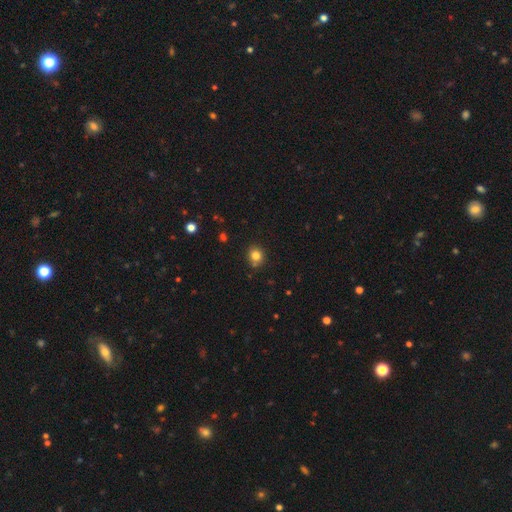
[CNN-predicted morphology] This is clearly a smooth galaxy (81%). How rounded: clearly round (81%). Merging: clearly none (81%).